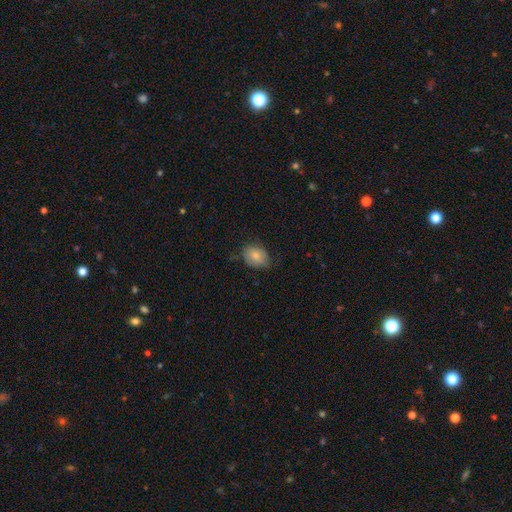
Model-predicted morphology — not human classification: The model was most divided on "how rounded": in between: 60%, round: 39%, cigar-shaped: 1%. More confident: smooth or featured — smooth (81%); merging — none (66%).